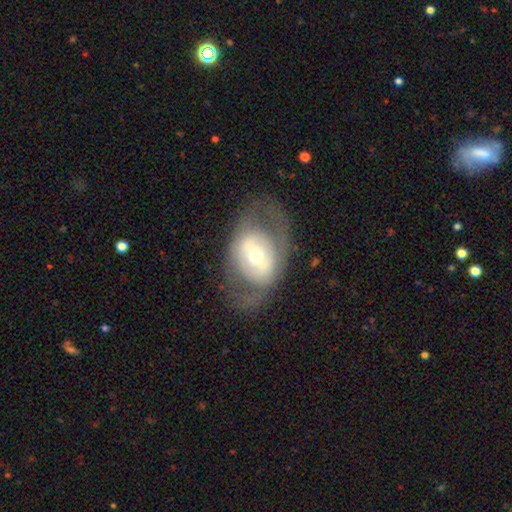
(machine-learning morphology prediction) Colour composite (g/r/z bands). It shows a featured or disk galaxy (62%) with no bar (50%), no spiral arms (73%) and a moderate central bulge (62%). Merging: none (65%).